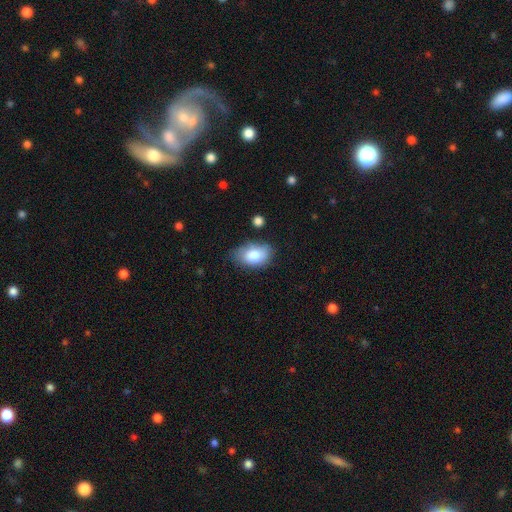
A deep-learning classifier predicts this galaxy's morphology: smooth 81%, featured or disk 12%, star or artifact 7%. Down the decision tree: how rounded — in between (89%); merging — none (65%).